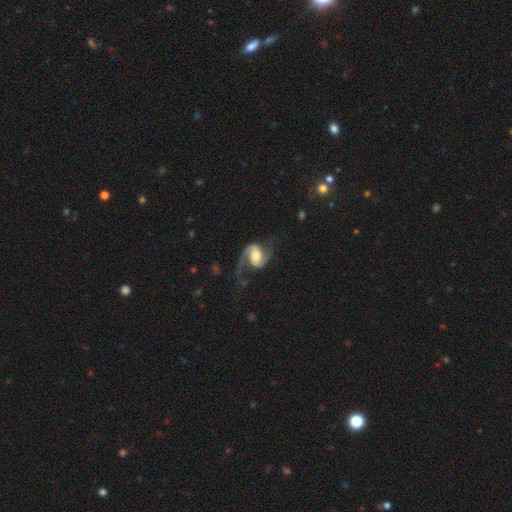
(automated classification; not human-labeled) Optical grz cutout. It shows a featured or disk galaxy (89%) with no bar (42%), 2 (89%) medium (47%) spiral arms (97%) and a moderate central bulge (42%). Merging: none (63%).